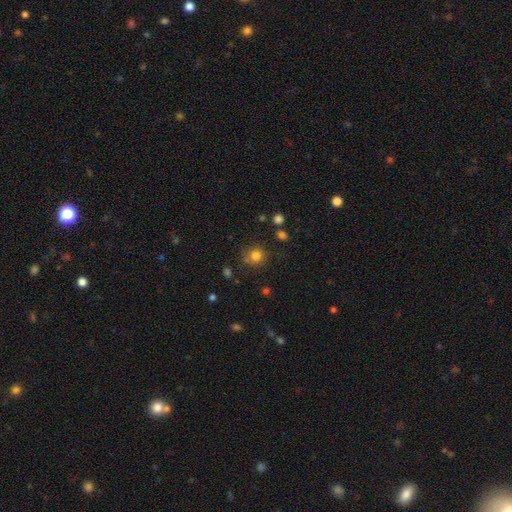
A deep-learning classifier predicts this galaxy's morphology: The model was most divided on "merging": none: 78%, minor disturbance: 14%, major disturbance: 5%, merger: 4%. More confident: how rounded — round (88%); smooth or featured — smooth (81%).